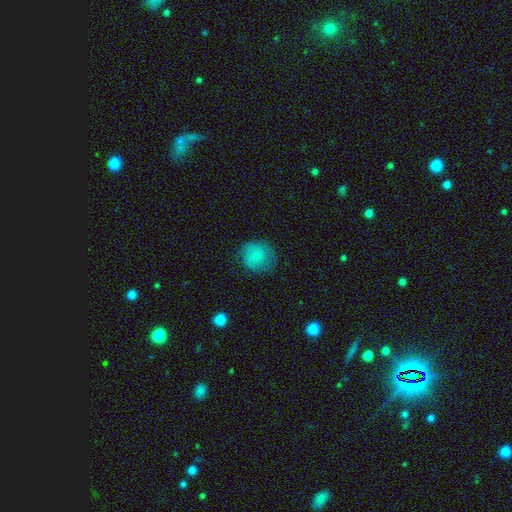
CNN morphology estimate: This appears to be a smooth galaxy with no disk features (78%) that is round (87%). Merging: none (71%).